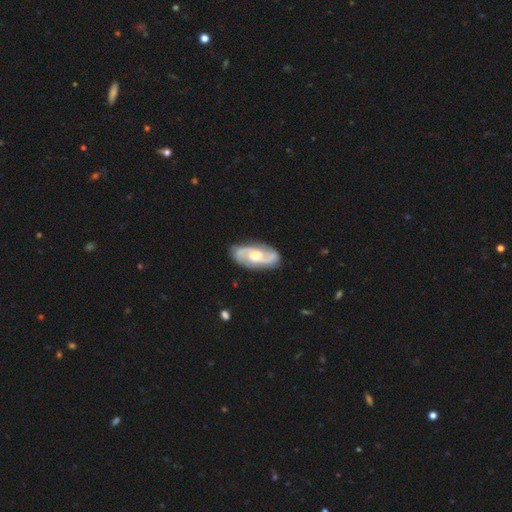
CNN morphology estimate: Smooth or featured: featured or disk — 87% (smooth — 9%)
Edge-on disk: no — 95% (yes — 5%)
Bar: no — 48% (weak — 41%)
Spiral arms: yes — 97% (no — 3%)
Spiral winding: medium — 53% (tight — 25%)
Spiral arm count: 2 — 89% (can't tell — 4%)
Bulge size: moderate — 65% (small — 22%)
Merging: none — 84% (minor disturbance — 12%)